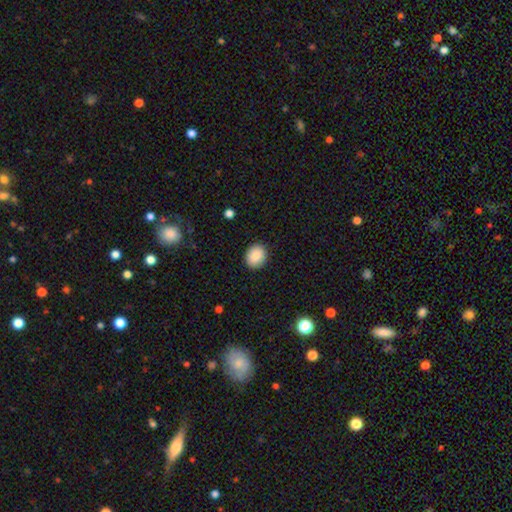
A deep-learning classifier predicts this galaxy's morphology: type=smooth (88%); roundness=round (61%); merging=none (90%).